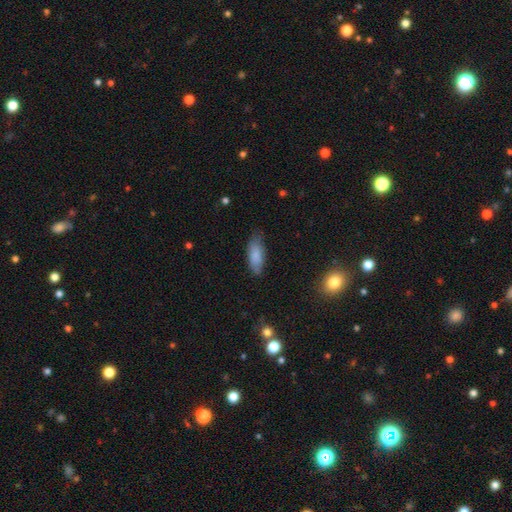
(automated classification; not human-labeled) This is clearly a smooth galaxy (83%). How rounded: clearly in between (82%). Merging: likely none (70%).